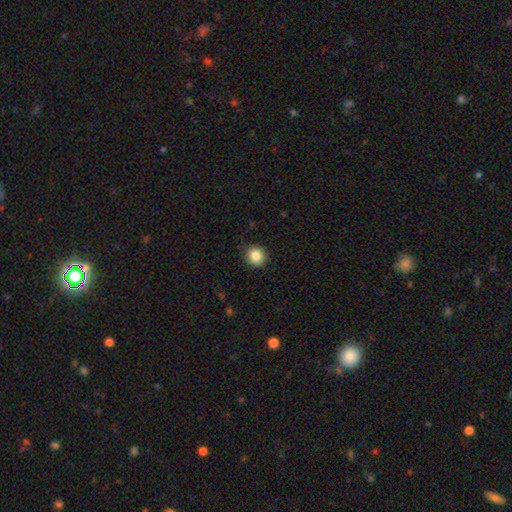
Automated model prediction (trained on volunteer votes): A smooth galaxy with no disk features (86%) that is round (91%).

Vote fractions:
- Smooth or featured? smooth: 86% / star or artifact: 9% / featured or disk: 5%
- How rounded? round: 91% / in between: 8% / cigar-shaped: 1%
- Merging? none: 89% / minor disturbance: 8% / major disturbance: 2% / merger: 1%